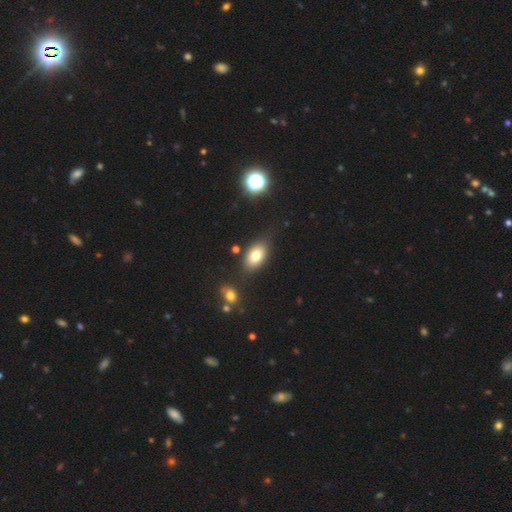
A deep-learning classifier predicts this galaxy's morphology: Smooth or featured? Predicted: smooth (p=0.76). How rounded? Predicted: in between (p=0.87). Merging? Predicted: none (p=0.79).